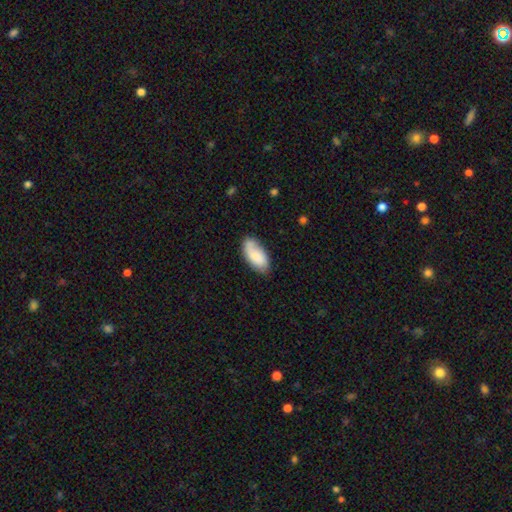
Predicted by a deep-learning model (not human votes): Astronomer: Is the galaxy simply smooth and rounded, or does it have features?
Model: smooth — 72%.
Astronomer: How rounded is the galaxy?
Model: in between — 94%.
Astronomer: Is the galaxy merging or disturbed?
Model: none — 67%.